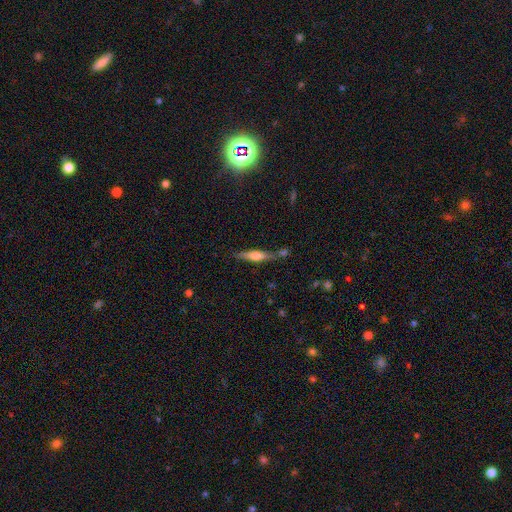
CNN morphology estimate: A featured or disk galaxy (56%) viewed edge-on (95%) with a rounded central bulge (82%).

Vote fractions:
- Smooth or featured? featured or disk: 56% / smooth: 37% / star or artifact: 7%
- Edge-on disk? yes: 95% / no: 5%
- Edge-on bulge? rounded: 82% / boxy: 13% / none: 5%
- Merging? none: 72% / minor disturbance: 15% / merger: 9% / major disturbance: 4%